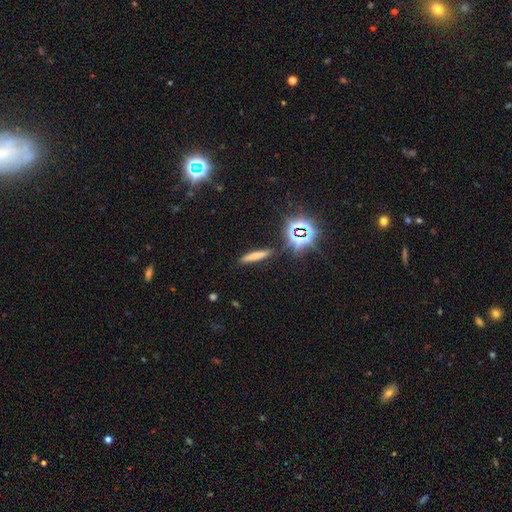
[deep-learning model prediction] Morphology: type=smooth (64%); roundness=cigar-shaped (88%); merging=none (85%).